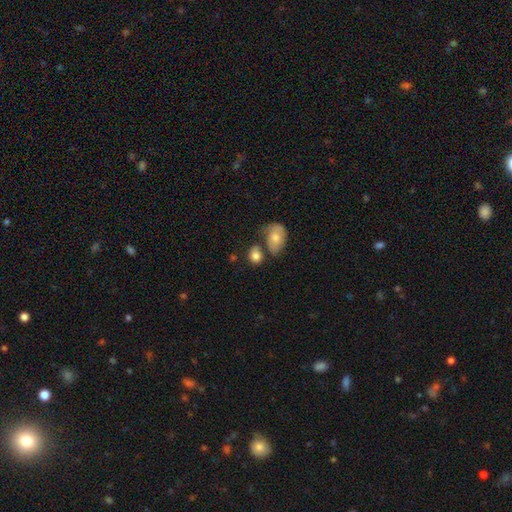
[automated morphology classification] This is clearly a smooth galaxy (80%). How rounded: possibly round (54%). Merging: possibly none (49%).